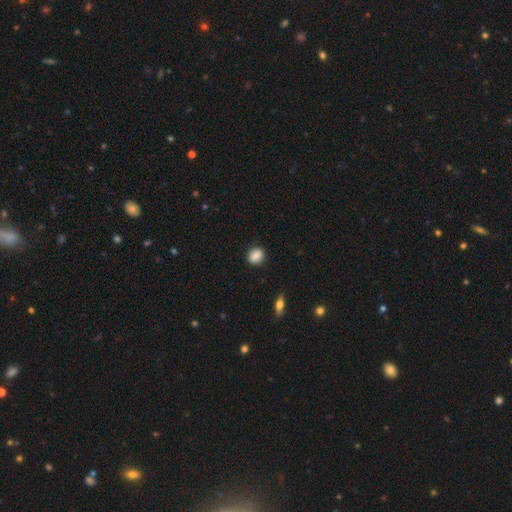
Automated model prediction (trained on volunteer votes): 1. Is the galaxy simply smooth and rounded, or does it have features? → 88% smooth, 8% star or artifact, 5% featured or disk.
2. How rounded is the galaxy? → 55% round, 43% in between, 2% cigar-shaped.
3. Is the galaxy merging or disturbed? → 86% none, 10% minor disturbance, 2% major disturbance, 1% merger.